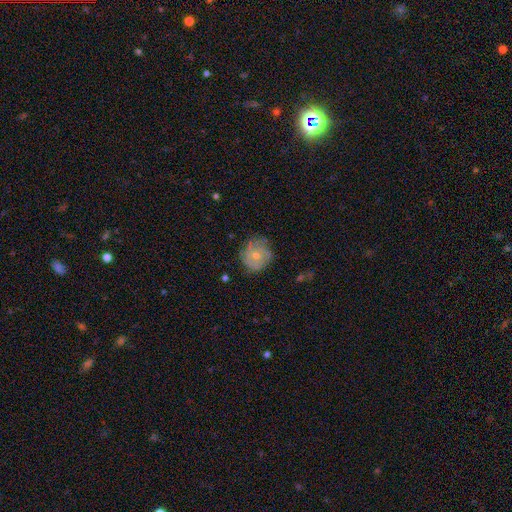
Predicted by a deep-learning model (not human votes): smooth_or_featured: featured or disk (p=0.48) [alt: smooth p=0.43]
merging: none (p=0.71) [alt: minor disturbance p=0.20]